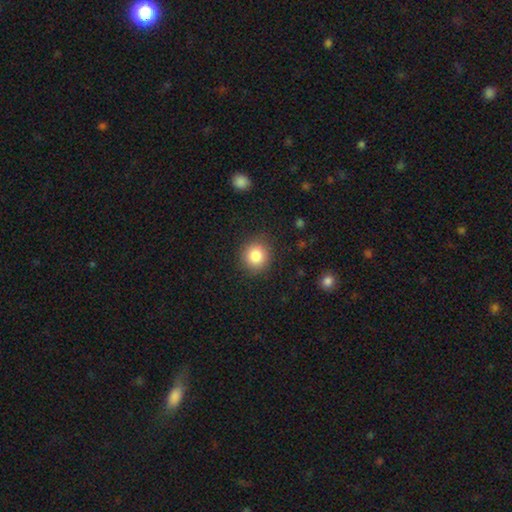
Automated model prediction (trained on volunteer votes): smooth_or_featured: smooth (p=0.85) [alt: star or artifact p=0.09]
how_rounded: round (p=0.88) [alt: in between p=0.11]
merging: none (p=0.87) [alt: minor disturbance p=0.09]